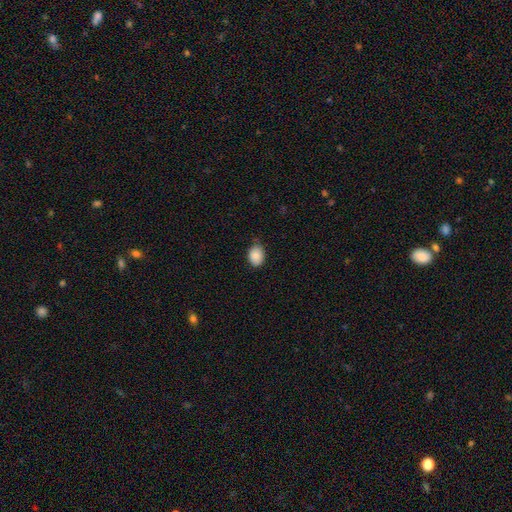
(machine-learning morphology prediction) Smooth or featured?
  - smooth: 89% *
  - star or artifact: 8%
  - featured or disk: 4%
How rounded?
  - in between: 70% *
  - round: 29%
  - cigar-shaped: 1%
Merging?
  - none: 69% *
  - minor disturbance: 26%
  - major disturbance: 4%
  - merger: 1%